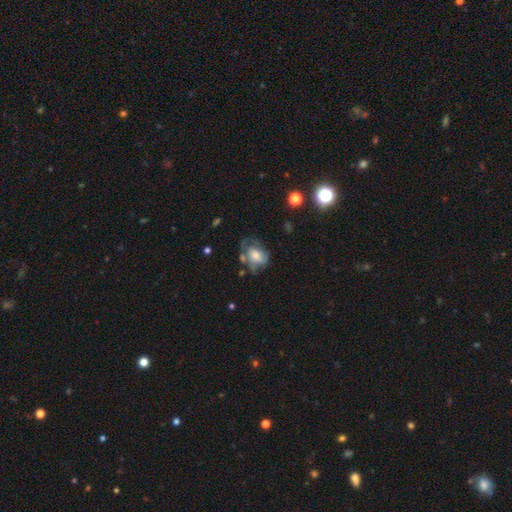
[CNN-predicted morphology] Smooth or featured? smooth (46%)
Merging? none (38%)